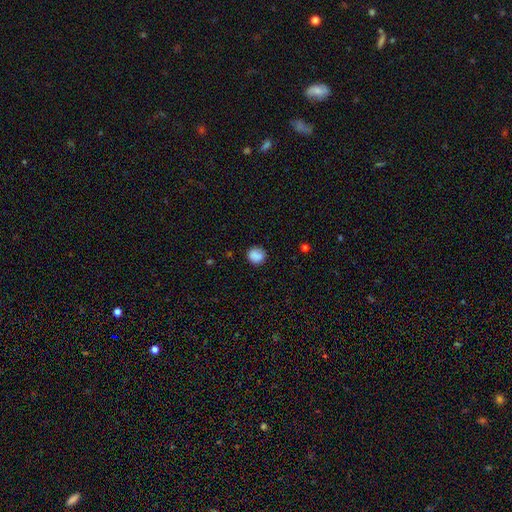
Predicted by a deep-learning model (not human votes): Overall: smooth (86%). How rounded: round (86%). Merging: none (84%).